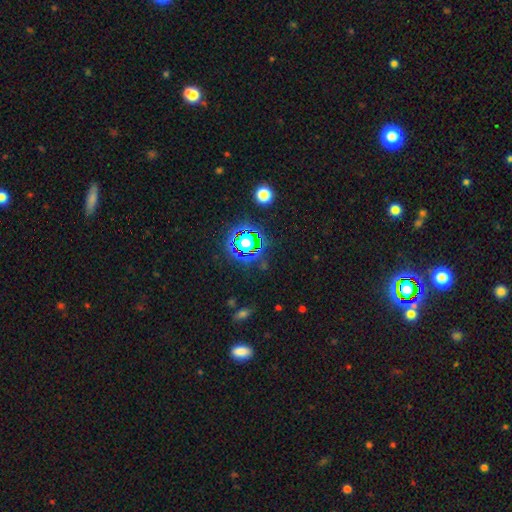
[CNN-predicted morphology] Smooth or featured? star or artifact (78%)